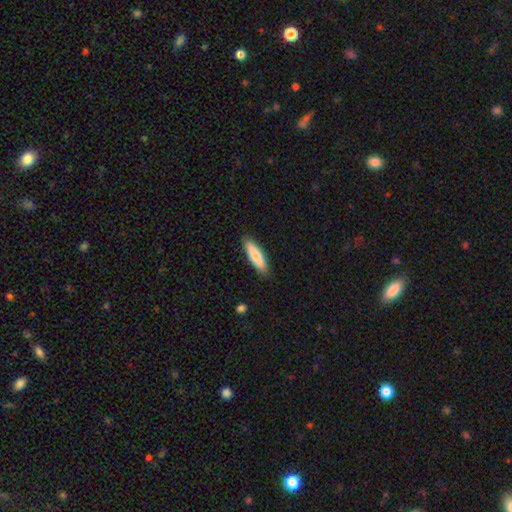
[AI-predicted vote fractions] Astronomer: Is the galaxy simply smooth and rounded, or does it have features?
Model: smooth — 78%.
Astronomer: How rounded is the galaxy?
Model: cigar-shaped — 71%.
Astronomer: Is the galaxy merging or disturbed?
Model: none — 89%.